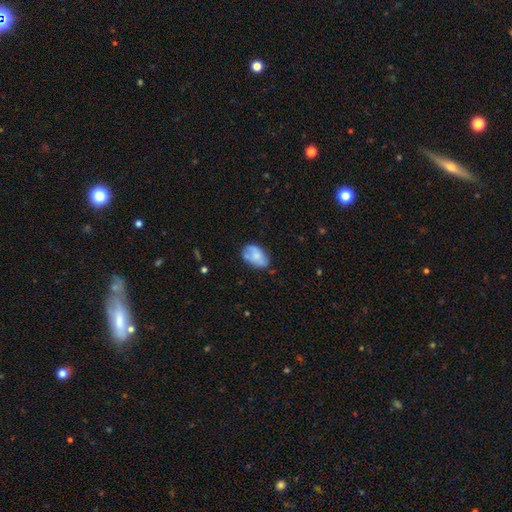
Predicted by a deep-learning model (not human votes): Smooth or featured: smooth — 64% (featured or disk — 29%)
How rounded: in between — 88% (round — 11%)
Merging: none — 55% (minor disturbance — 30%)